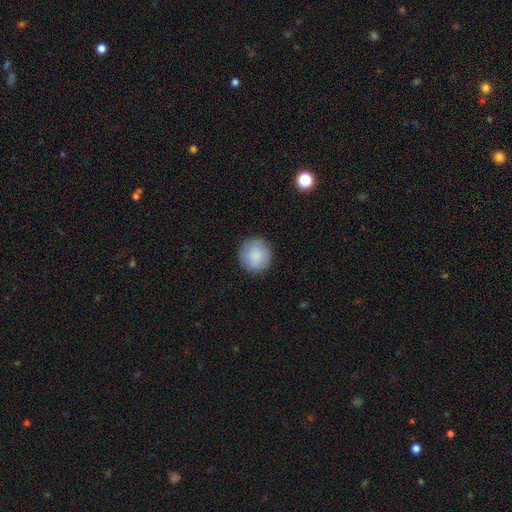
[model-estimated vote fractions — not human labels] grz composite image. It shows a smooth galaxy with no disk features (86%) that is round (92%). Merging: none (87%).